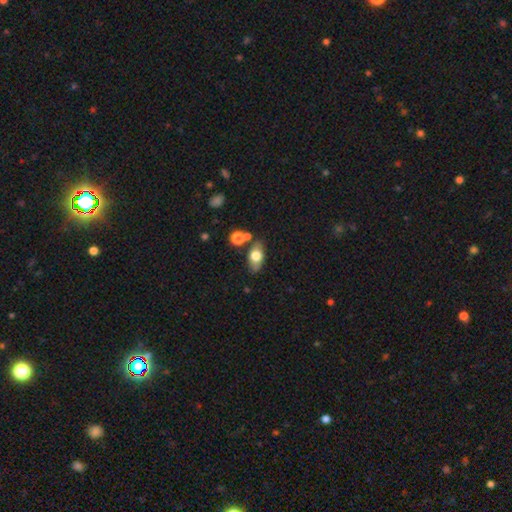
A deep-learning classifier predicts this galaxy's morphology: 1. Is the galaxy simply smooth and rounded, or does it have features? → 67% smooth, 25% featured or disk, 8% star or artifact.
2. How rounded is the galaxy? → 82% in between, 11% round, 6% cigar-shaped.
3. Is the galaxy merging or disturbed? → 72% none, 14% minor disturbance, 10% merger, 4% major disturbance.